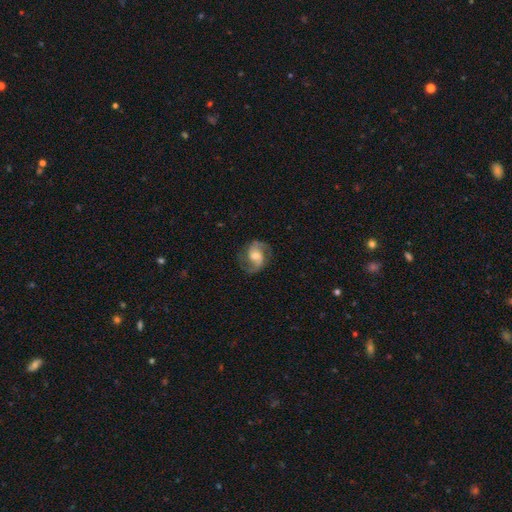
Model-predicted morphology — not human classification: A featured or disk galaxy (81%) with a weak bar (44%), 2 (90%) medium (53%) spiral arms (95%) and a moderate central bulge (58%). Merging: none (76%).